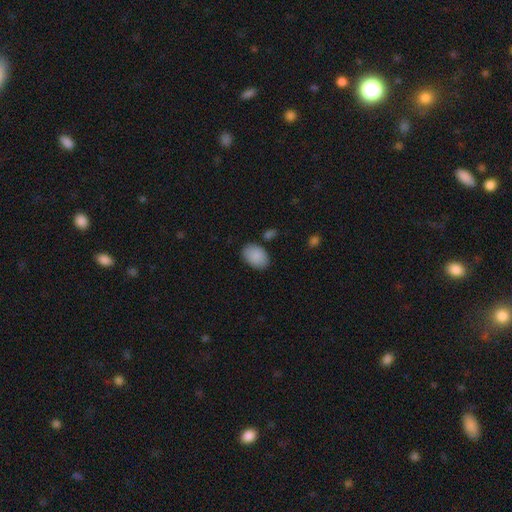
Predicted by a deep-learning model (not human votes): Smooth or featured? smooth (90%)
How rounded? in between (87%)
Merging? none (82%)